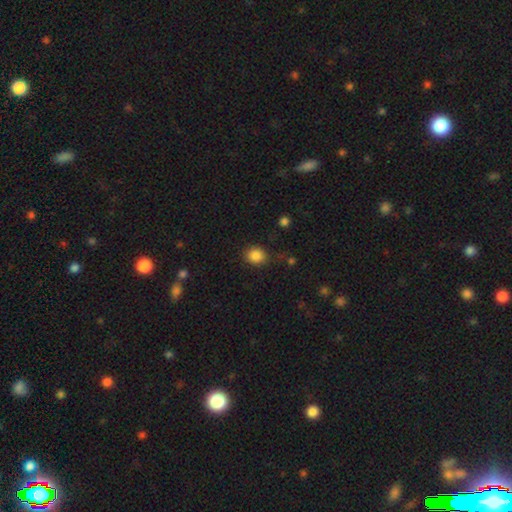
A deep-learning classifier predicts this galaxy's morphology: type=smooth (86%); roundness=round (74%); merging=none (81%).